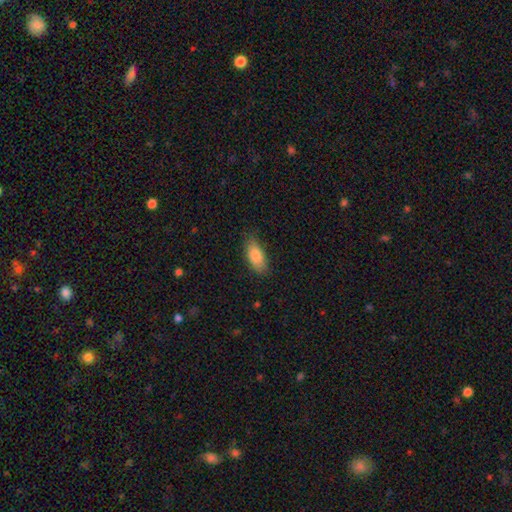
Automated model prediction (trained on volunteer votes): Smooth or featured? Predicted: smooth (p=0.87). How rounded? Predicted: in between (p=0.87). Merging? Predicted: none (p=0.76).